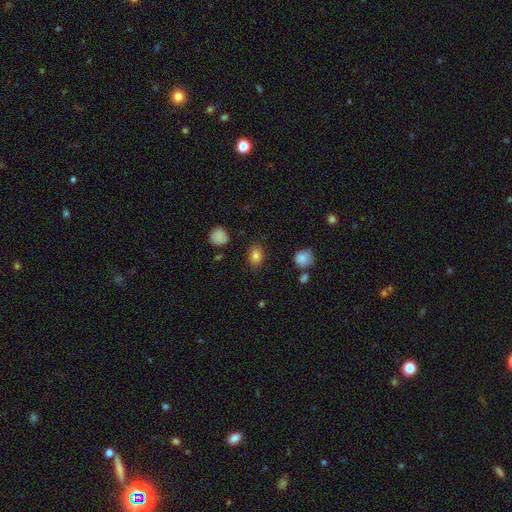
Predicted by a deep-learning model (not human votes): smooth-or-featured: smooth: 82% | star or artifact: 11% | featured or disk: 7%
  how-rounded: in between: 68% | round: 30% | cigar-shaped: 1%
  merging: none: 83% | minor disturbance: 12% | major disturbance: 3% | merger: 2%